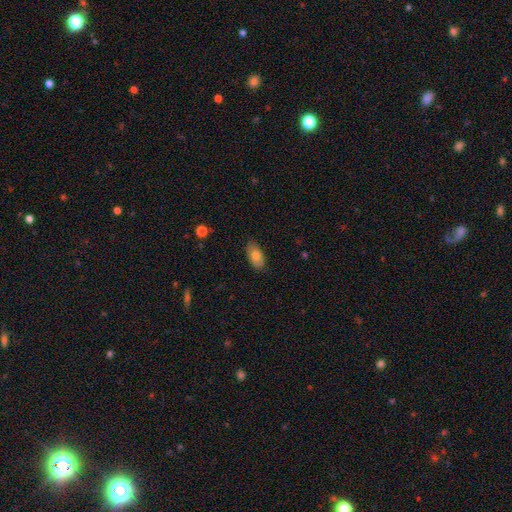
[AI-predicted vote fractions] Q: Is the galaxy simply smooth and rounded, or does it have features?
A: smooth — 74%.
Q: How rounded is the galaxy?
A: in between — 93%.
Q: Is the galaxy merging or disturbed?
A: none — 83%.